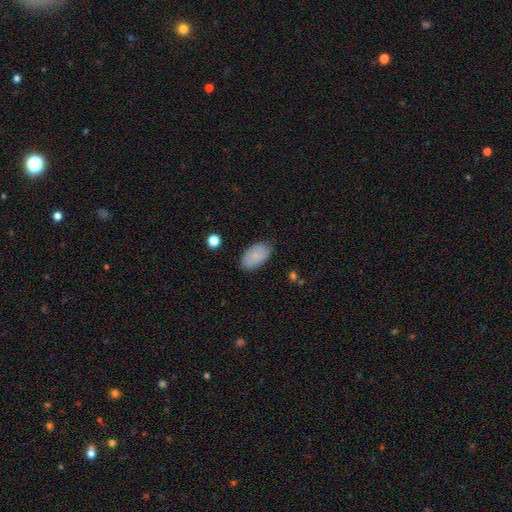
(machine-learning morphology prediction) Smooth or featured? smooth (78%)
How rounded? in between (93%)
Merging? none (78%)